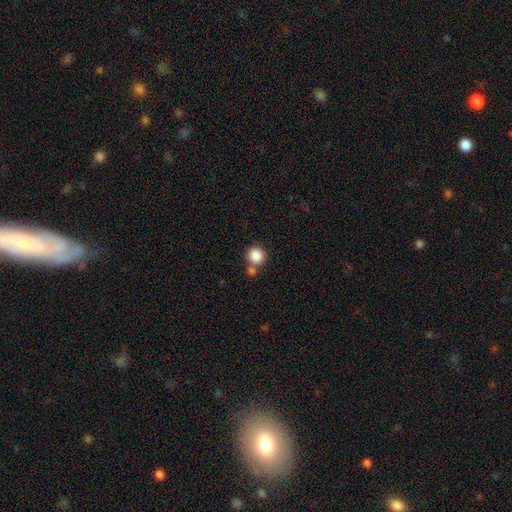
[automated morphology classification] smooth-or-featured: smooth: 87% | star or artifact: 9% | featured or disk: 4%
  how-rounded: round: 93% | in between: 7% | cigar-shaped: 1%
  merging: none: 67% | merger: 22% | minor disturbance: 8% | major disturbance: 3%